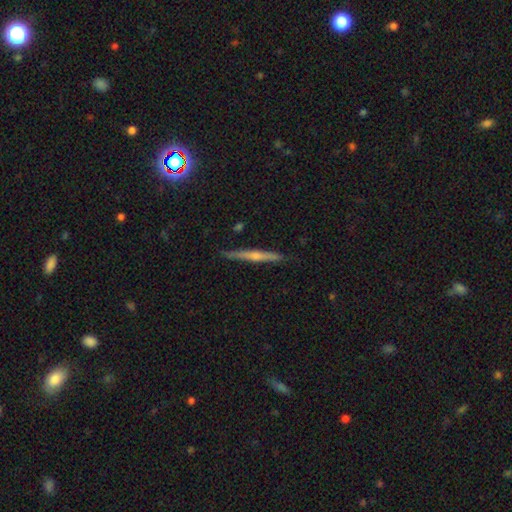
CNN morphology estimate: This is likely a featured or disk galaxy (65%). It is clearly viewed edge-on (98%). Edge-on bulge: likely rounded (70%). Merging: clearly none (88%).